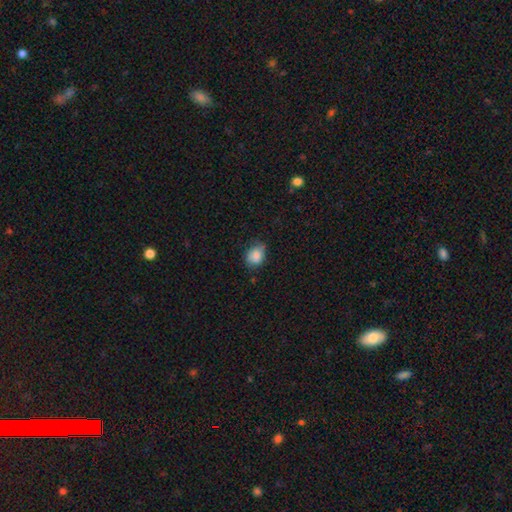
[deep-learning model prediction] A smooth galaxy with no disk features (83%) that is in between round and cigar-shaped (61%). Merging: none (61%).